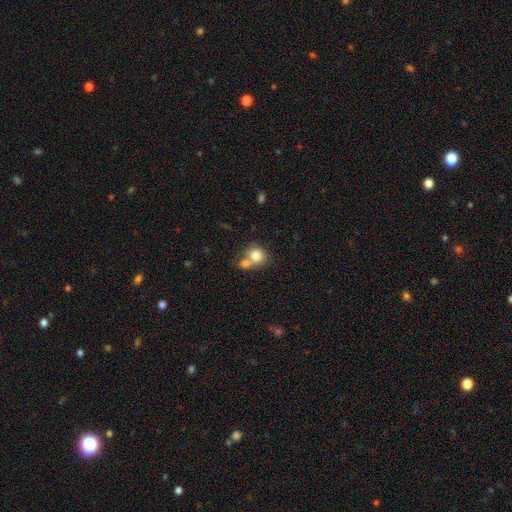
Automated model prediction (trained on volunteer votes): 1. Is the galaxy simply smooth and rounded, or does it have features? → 79% smooth, 11% featured or disk, 9% star or artifact.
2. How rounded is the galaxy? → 79% round, 20% in between, 1% cigar-shaped.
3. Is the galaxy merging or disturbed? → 49% merger, 39% none, 9% minor disturbance, 3% major disturbance.